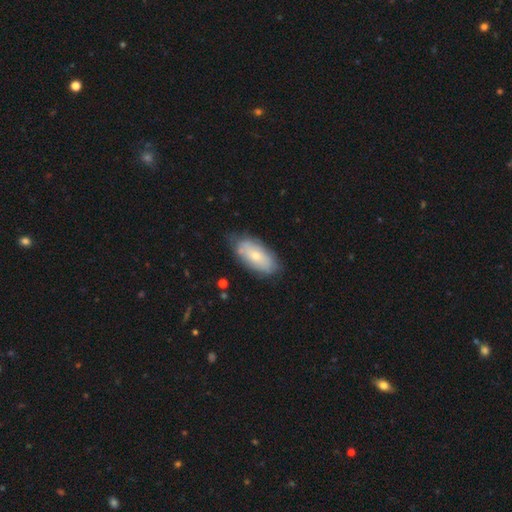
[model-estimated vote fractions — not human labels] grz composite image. It shows a smooth galaxy with no disk features (59%) that is in between round and cigar-shaped (91%). Merging: none (73%).